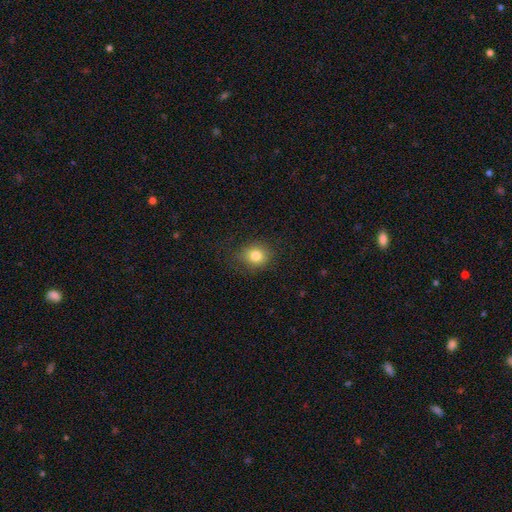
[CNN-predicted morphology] Q: Smooth or featured?
A: smooth (81%); runner-up: star or artifact (12%)
Q: How rounded?
A: round (77%); runner-up: in between (22%)
Q: Merging?
A: none (81%); runner-up: minor disturbance (13%)